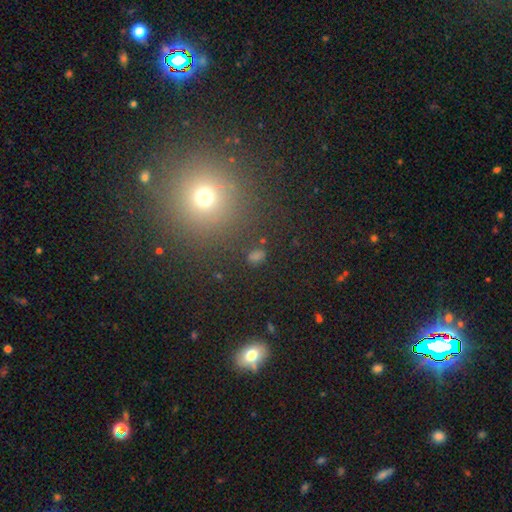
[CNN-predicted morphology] Smooth or featured? smooth (57%)
How rounded? round (70%)
Merging? none (83%)